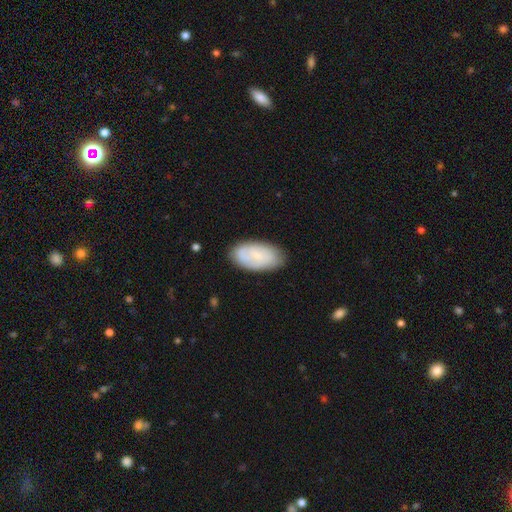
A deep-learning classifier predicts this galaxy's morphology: The model was most divided on "smooth or featured": smooth: 58%, featured or disk: 36%, star or artifact: 7%. More confident: how rounded — in between (93%); merging — none (80%).